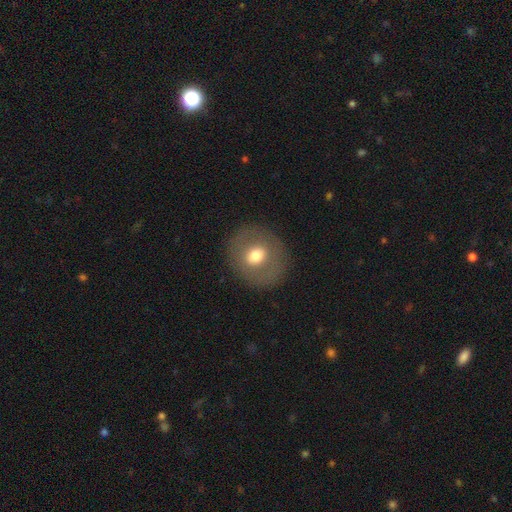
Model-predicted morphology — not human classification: A smooth galaxy with no disk features (61%) that is round (80%).

Vote fractions:
- Smooth or featured? smooth: 61% / featured or disk: 30% / star or artifact: 9%
- How rounded? round: 80% / in between: 19% / cigar-shaped: 1%
- Merging? none: 87% / minor disturbance: 8% / major disturbance: 4% / merger: 1%